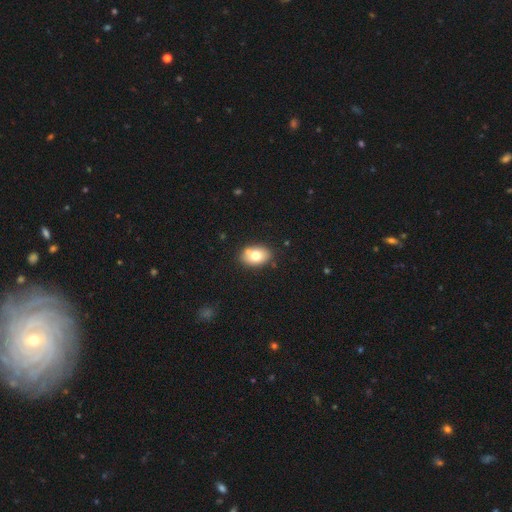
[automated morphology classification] smooth_or_featured: smooth (p=0.73) [alt: featured or disk p=0.18]
how_rounded: in between (p=0.77) [alt: round p=0.22]
merging: none (p=0.75) [alt: minor disturbance p=0.14]